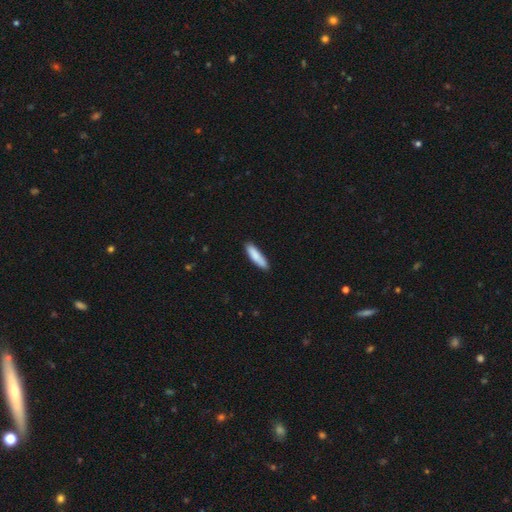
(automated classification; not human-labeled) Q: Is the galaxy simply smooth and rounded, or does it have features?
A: smooth — 87%.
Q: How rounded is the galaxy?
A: cigar-shaped — 70%.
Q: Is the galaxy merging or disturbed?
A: none — 87%.